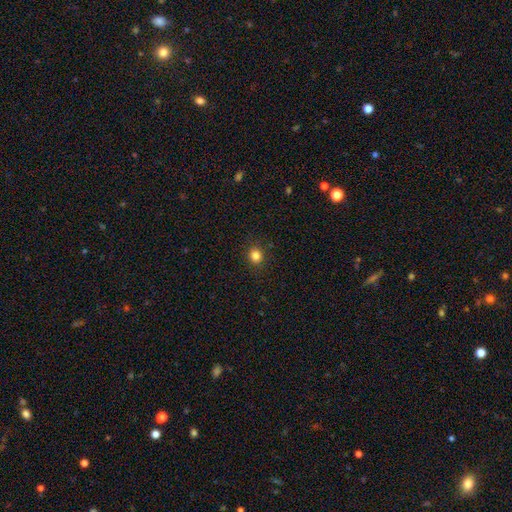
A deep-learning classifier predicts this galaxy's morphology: Q: Smooth or featured?
A: smooth (83%); runner-up: star or artifact (13%)
Q: How rounded?
A: round (85%); runner-up: in between (14%)
Q: Merging?
A: none (90%); runner-up: minor disturbance (6%)